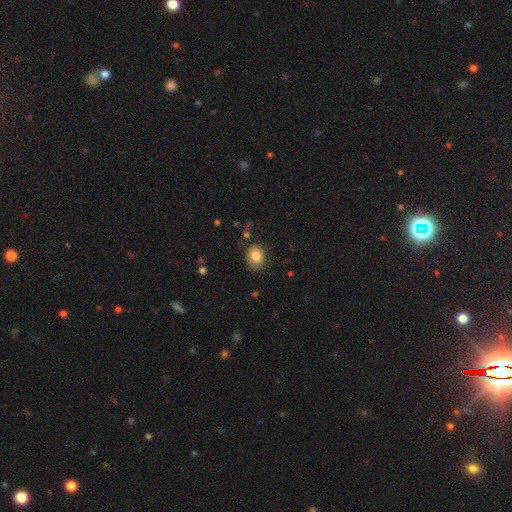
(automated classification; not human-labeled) This is clearly a smooth galaxy (82%). How rounded: possibly in between (52%). Merging: likely none (75%).